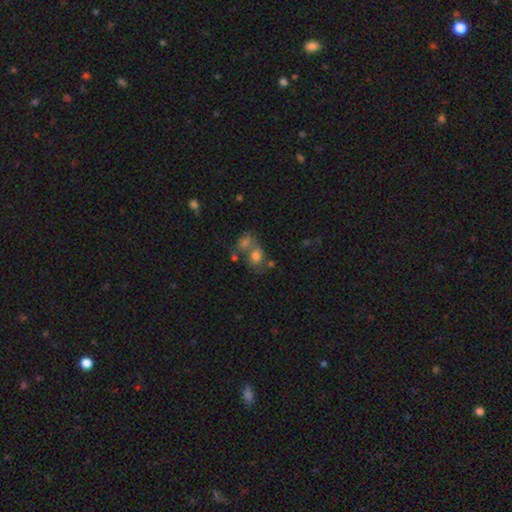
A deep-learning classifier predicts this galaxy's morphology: Q: Smooth or featured?
A: smooth (66%); runner-up: featured or disk (21%)
Q: How rounded?
A: in between (51%); runner-up: round (47%)
Q: Merging?
A: merger (54%); runner-up: none (27%)